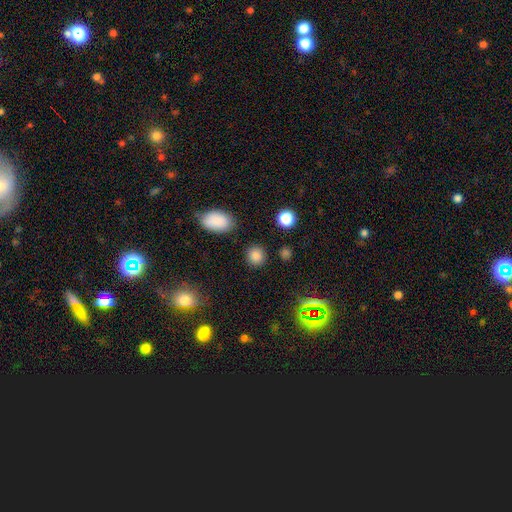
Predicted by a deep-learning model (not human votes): Smooth or featured? smooth (83%)
How rounded? round (83%)
Merging? none (87%)